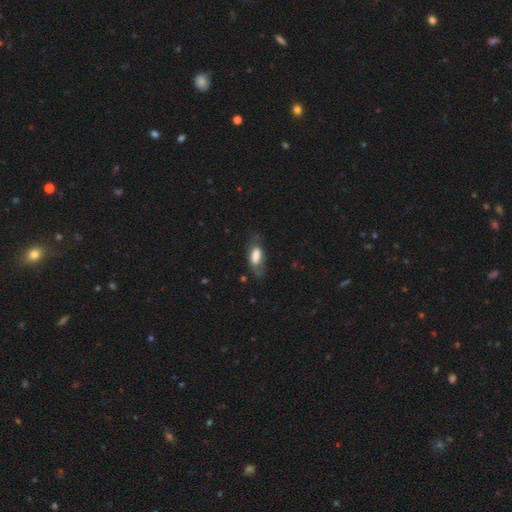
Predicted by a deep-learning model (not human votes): Morphology: type=smooth (63%); roundness=in between (81%); merging=none (49%).